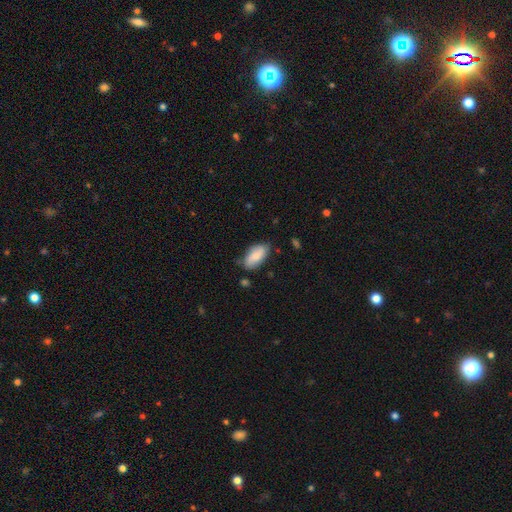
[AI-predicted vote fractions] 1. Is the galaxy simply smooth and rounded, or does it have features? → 77% smooth, 17% featured or disk, 6% star or artifact.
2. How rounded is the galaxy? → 91% in between, 6% cigar-shaped, 3% round.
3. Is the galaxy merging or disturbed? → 74% none, 20% minor disturbance, 4% major disturbance, 2% merger.